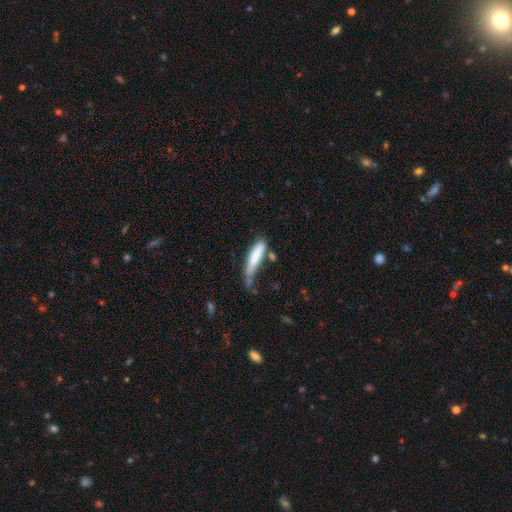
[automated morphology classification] The model was most divided on "merging": minor disturbance: 34%, none: 33%, major disturbance: 19%, merger: 14%. More confident: how rounded — cigar-shaped (80%); smooth or featured — smooth (70%).